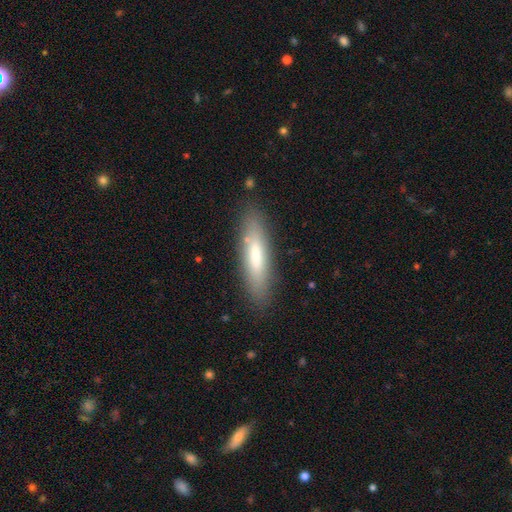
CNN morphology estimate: A smooth galaxy with no disk features (70%) that is cigar-shaped (71%).

Vote fractions:
- Smooth or featured? smooth: 70% / featured or disk: 23% / star or artifact: 7%
- How rounded? cigar-shaped: 71% / in between: 28% / round: 1%
- Merging? none: 84% / minor disturbance: 11% / major disturbance: 3% / merger: 2%